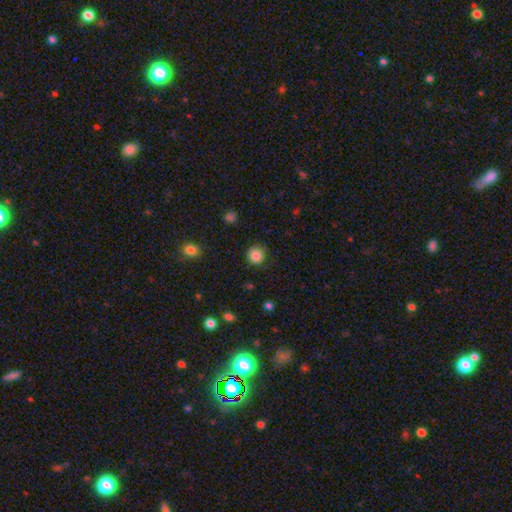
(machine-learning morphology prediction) smooth-or-featured: smooth: 85% | star or artifact: 11% | featured or disk: 4%
  how-rounded: round: 91% | in between: 8% | cigar-shaped: 1%
  merging: none: 82% | minor disturbance: 13% | major disturbance: 3% | merger: 1%